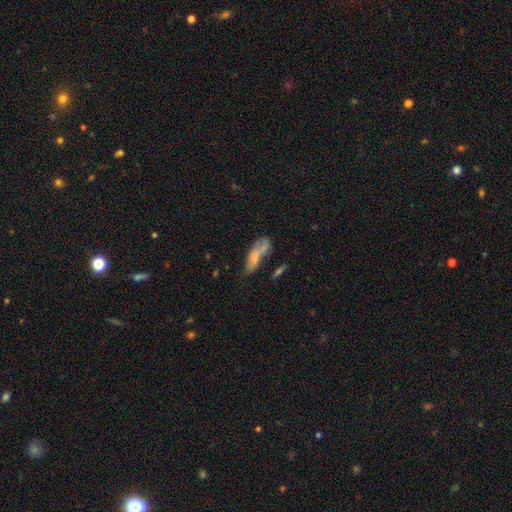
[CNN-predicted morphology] Smooth or featured? smooth (59%)
How rounded? in between (60%)
Merging? none (33%)